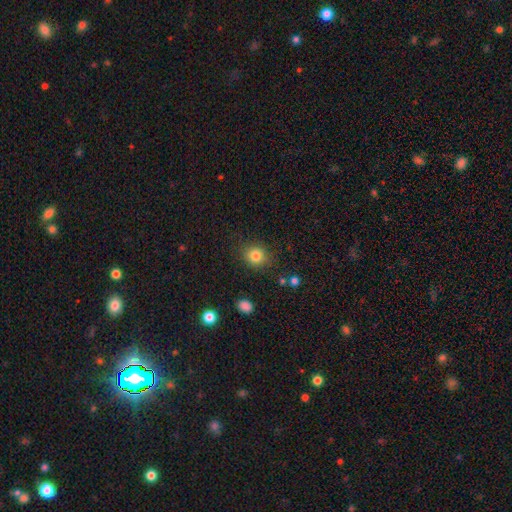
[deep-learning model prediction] Smooth or featured?
  - smooth: 82% *
  - star or artifact: 12%
  - featured or disk: 6%
How rounded?
  - round: 82% *
  - in between: 17%
  - cigar-shaped: 1%
Merging?
  - none: 86% *
  - minor disturbance: 9%
  - major disturbance: 3%
  - merger: 2%